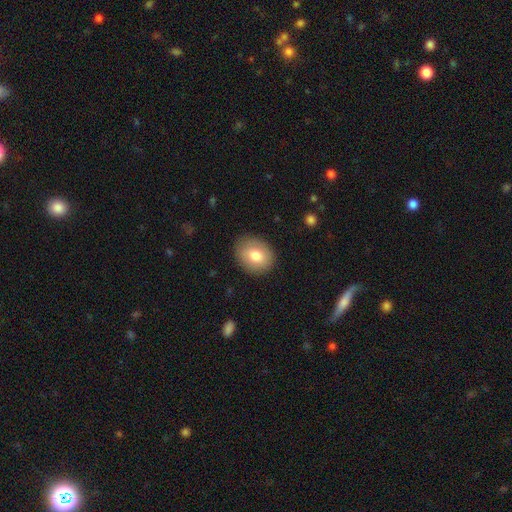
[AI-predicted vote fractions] A smooth galaxy with no disk features (78%) that is round (50%).

Vote fractions:
- Smooth or featured? smooth: 78% / featured or disk: 14% / star or artifact: 8%
- How rounded? round: 50% / in between: 49% / cigar-shaped: 1%
- Merging? none: 85% / minor disturbance: 11% / major disturbance: 3% / merger: 1%